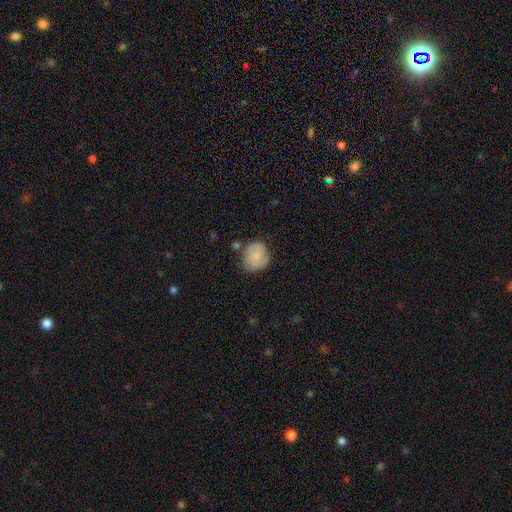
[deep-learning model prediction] Smooth or featured? Predicted: smooth (p=0.66). How rounded? Predicted: round (p=0.77). Merging? Predicted: none (p=0.67).